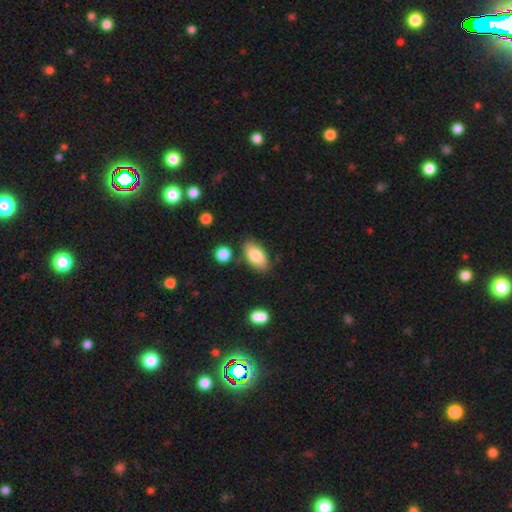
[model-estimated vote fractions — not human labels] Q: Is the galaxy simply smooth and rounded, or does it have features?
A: smooth — 80%.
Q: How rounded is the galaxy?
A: in between — 93%.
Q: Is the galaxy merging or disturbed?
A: none — 80%.